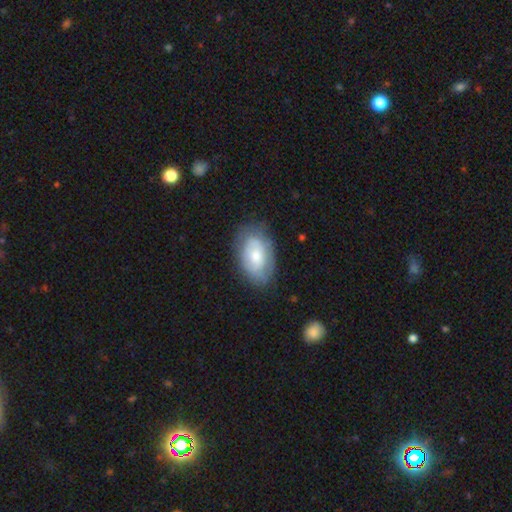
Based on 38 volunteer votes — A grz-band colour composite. It shows a smooth galaxy with no disk features (63%) that is in between round and cigar-shaped (96%). Merging: none (67%).